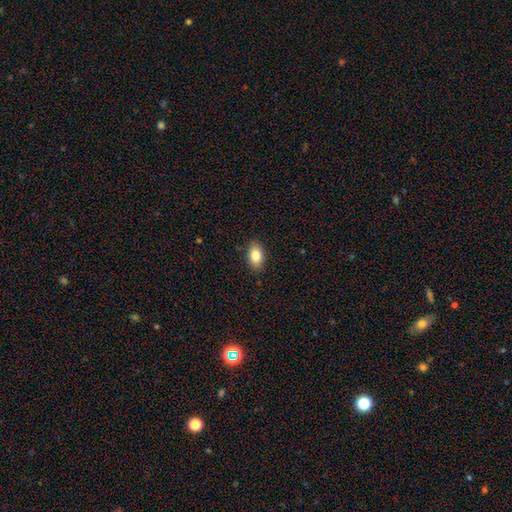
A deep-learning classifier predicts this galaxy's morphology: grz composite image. It shows a smooth galaxy with no disk features (82%) that is in between round and cigar-shaped (89%). Merging: none (87%).